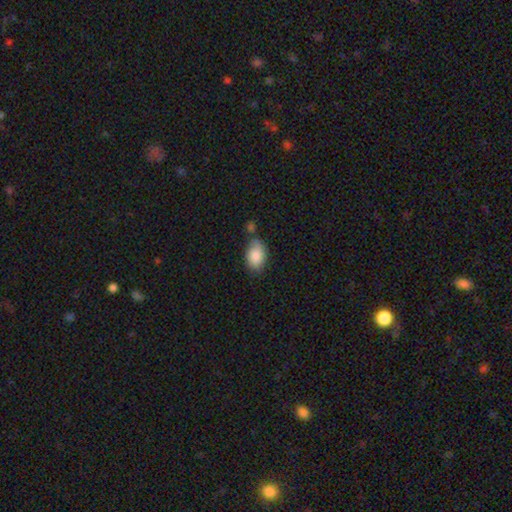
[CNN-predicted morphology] Smooth or featured?
  - smooth: 86% *
  - featured or disk: 7%
  - star or artifact: 7%
How rounded?
  - in between: 89% *
  - round: 10%
  - cigar-shaped: 1%
Merging?
  - none: 56% *
  - minor disturbance: 24%
  - merger: 13%
  - major disturbance: 6%